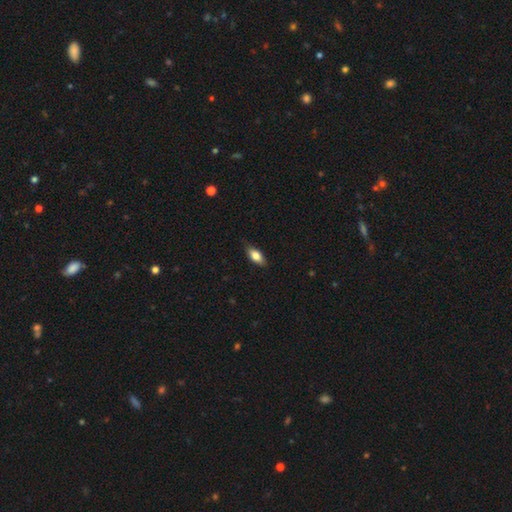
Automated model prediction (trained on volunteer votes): smooth 77%, featured or disk 17%, star or artifact 7%. Down the decision tree: how rounded — in between (83%); merging — none (83%).